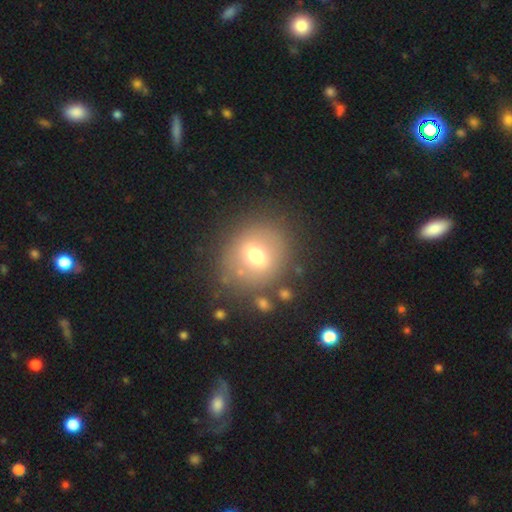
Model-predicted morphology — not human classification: smooth 62%, featured or disk 25%, star or artifact 12%. Down the decision tree: how rounded — round (78%); merging — none (78%).